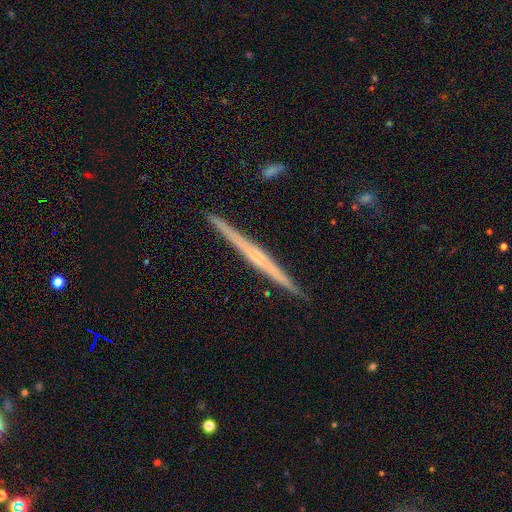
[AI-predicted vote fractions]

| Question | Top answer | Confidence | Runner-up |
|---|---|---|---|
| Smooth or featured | featured or disk | 68% | smooth (26%) |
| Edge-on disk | yes | 98% | no (2%) |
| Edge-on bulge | none | 68% | rounded (23%) |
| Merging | none | 92% | minor disturbance (6%) |